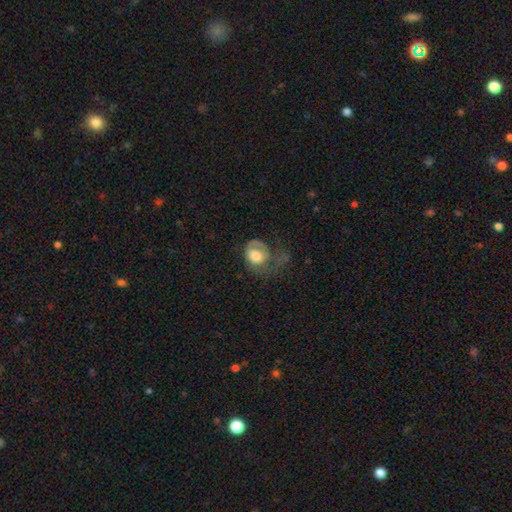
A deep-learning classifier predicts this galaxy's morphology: Smooth or featured?
  - smooth: 53% *
  - featured or disk: 40%
  - star or artifact: 7%
How rounded?
  - round: 55% *
  - in between: 44%
  - cigar-shaped: 1%
Merging?
  - major disturbance: 54% *
  - none: 23%
  - minor disturbance: 19%
  - merger: 3%